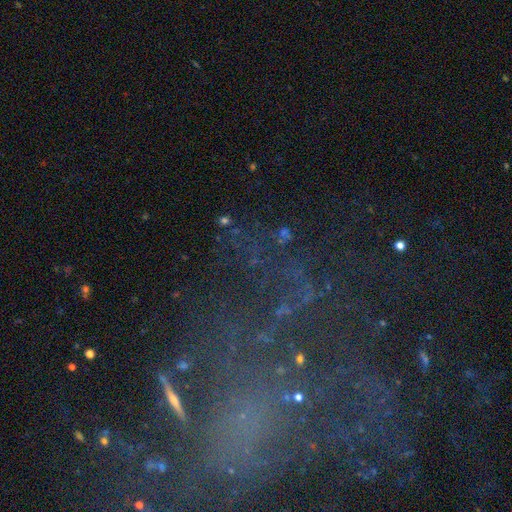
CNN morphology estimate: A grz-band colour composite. It shows a star or artifact, not a galaxy (45%).